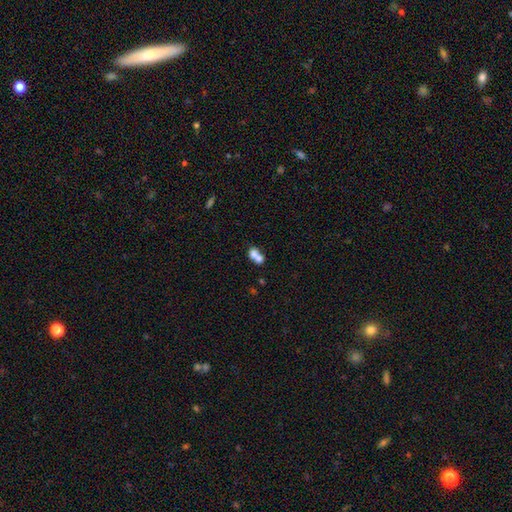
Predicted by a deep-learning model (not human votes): Overall: smooth (70%). How rounded: in between (53%; round 45%). Merging: merger (71%).